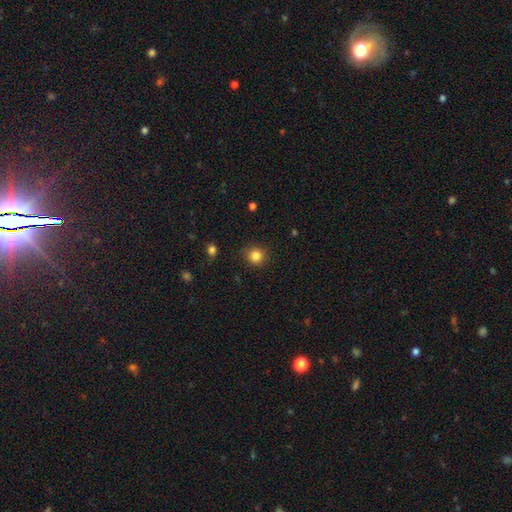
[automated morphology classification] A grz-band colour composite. It shows a smooth galaxy with no disk features (83%) that is round (91%). Merging: none (86%).